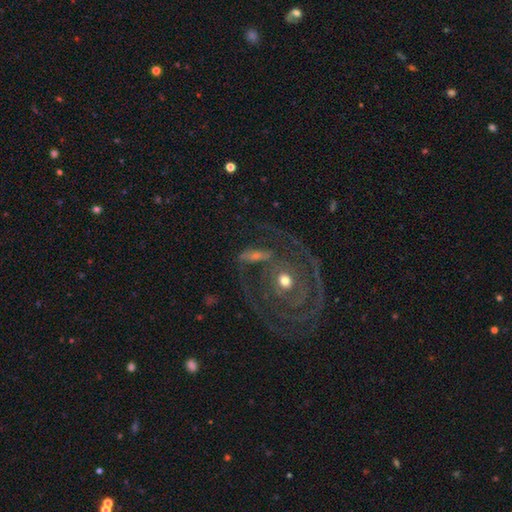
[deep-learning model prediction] Smooth or featured?
  - featured or disk: 78% *
  - smooth: 13%
  - star or artifact: 10%
Edge-on disk?
  - no: 95% *
  - yes: 5%
Bar?
  - no: 68% *
  - weak: 20%
  - strong: 12%
Spiral arms?
  - yes: 79% *
  - no: 21%
Spiral winding?
  - tight: 60% *
  - medium: 28%
  - loose: 12%
Spiral arm count?
  - 2: 47% *
  - can't tell: 24%
  - 3: 10%
  - 1: 9%
  - 4: 5%
  - more than 4: 5%
Bulge size?
  - moderate: 56% *
  - small: 36%
  - large: 4%
  - none: 2%
  - dominant: 2%
Merging?
  - none: 53% *
  - minor disturbance: 17%
  - major disturbance: 17%
  - merger: 14%